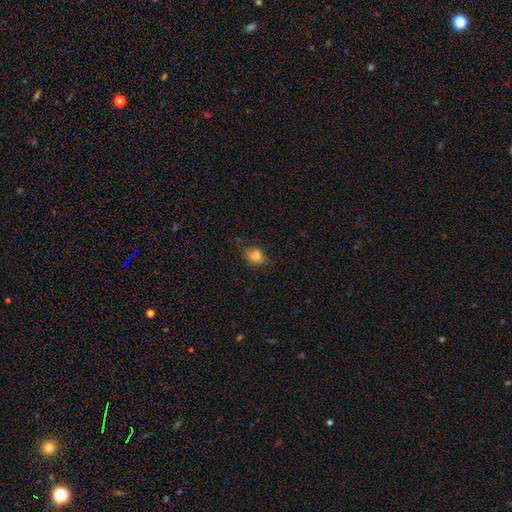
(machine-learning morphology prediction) Overall: smooth (82%). How rounded: in between (59%; round 39%). Merging: none (73%).